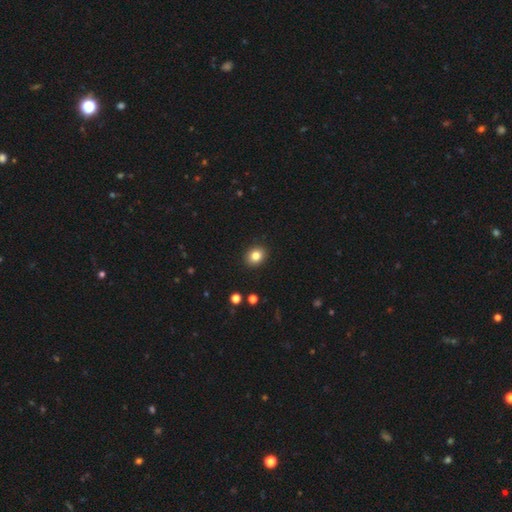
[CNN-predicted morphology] smooth_or_featured: smooth (p=0.83) [alt: star or artifact p=0.11]
how_rounded: round (p=0.62) [alt: in between p=0.37]
merging: none (p=0.91) [alt: minor disturbance p=0.06]